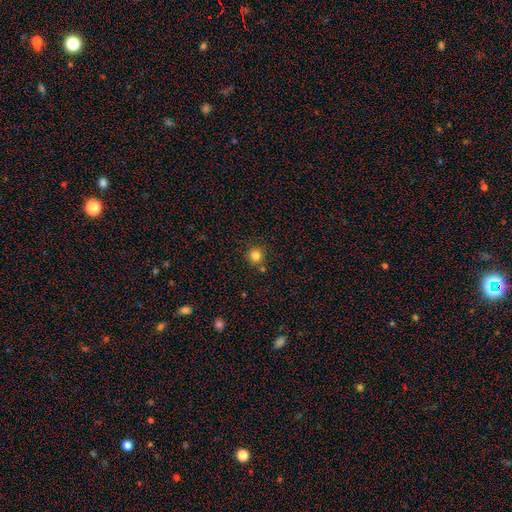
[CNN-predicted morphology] Smooth or featured? Predicted: smooth (p=0.82). How rounded? Predicted: round (p=0.94). Merging? Predicted: none (p=0.80).